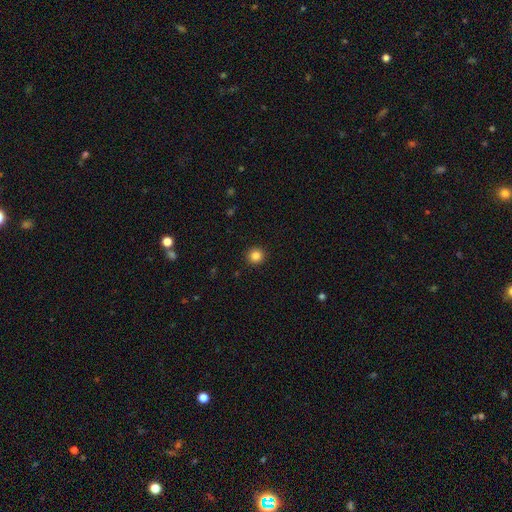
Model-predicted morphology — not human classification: This is clearly a smooth galaxy (85%). How rounded: clearly round (95%). Merging: clearly none (93%).